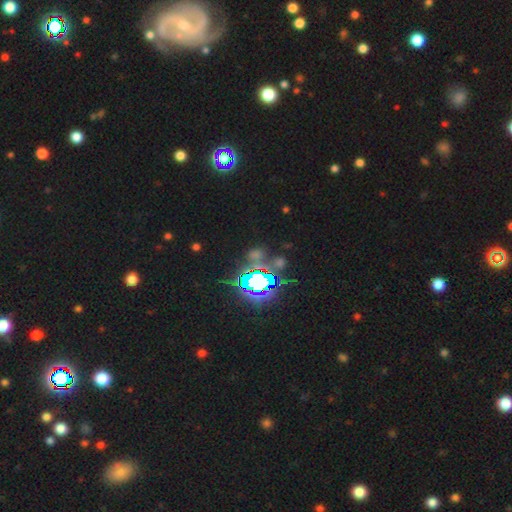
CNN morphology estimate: Smooth or featured: star or artifact — 73% (smooth — 17%)